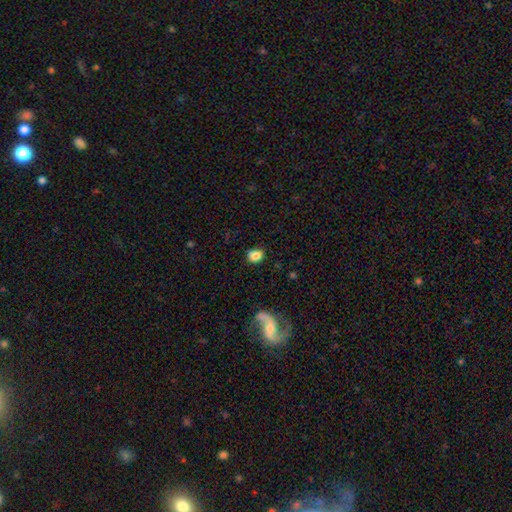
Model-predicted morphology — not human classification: Smooth or featured?
  - smooth: 82% *
  - star or artifact: 9%
  - featured or disk: 8%
How rounded?
  - in between: 54% *
  - round: 45%
  - cigar-shaped: 1%
Merging?
  - none: 73% *
  - minor disturbance: 16%
  - major disturbance: 6%
  - merger: 5%